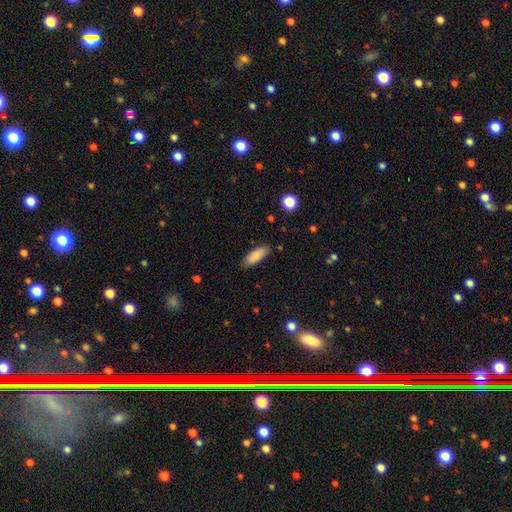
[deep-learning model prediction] This appears to be a smooth galaxy with no disk features (88%) that is in between round and cigar-shaped (67%). Merging: none (84%).